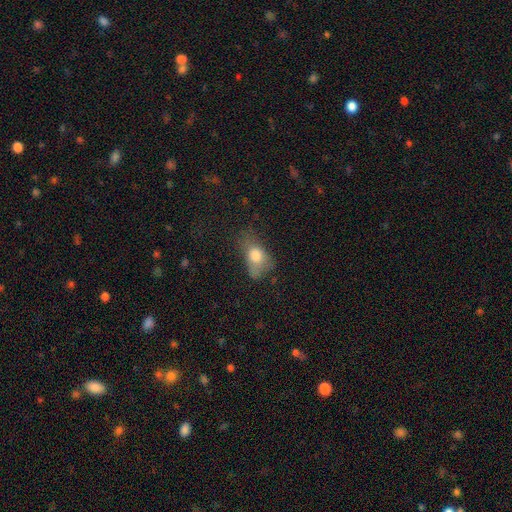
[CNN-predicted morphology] type=smooth (72%); roundness=in between (76%); merging=major disturbance (37%).